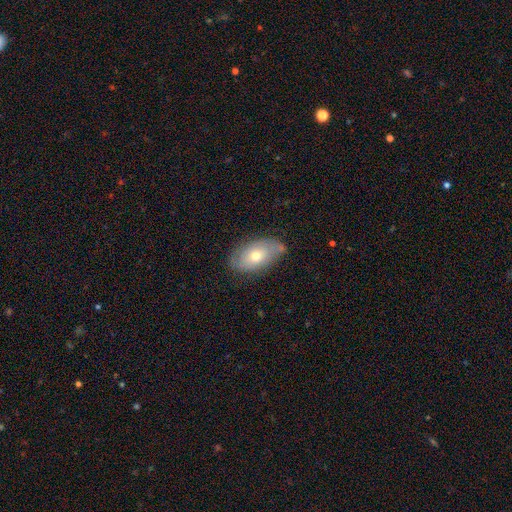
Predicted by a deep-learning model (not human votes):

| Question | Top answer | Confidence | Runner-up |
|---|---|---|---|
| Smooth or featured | smooth | 61% | featured or disk (31%) |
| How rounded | in between | 91% | round (7%) |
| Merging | none | 70% | minor disturbance (22%) |